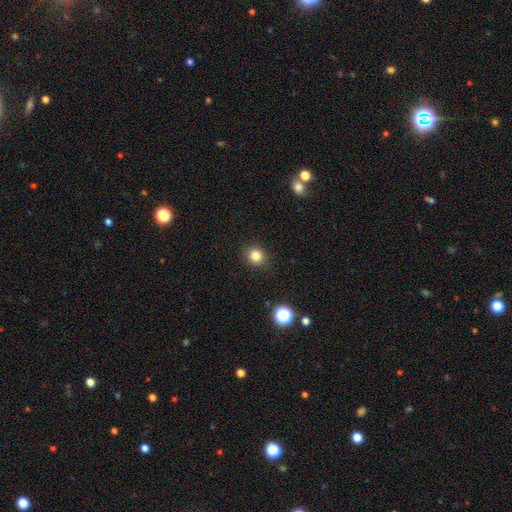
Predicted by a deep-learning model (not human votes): Smooth or featured? smooth (83%)
How rounded? round (81%)
Merging? none (91%)